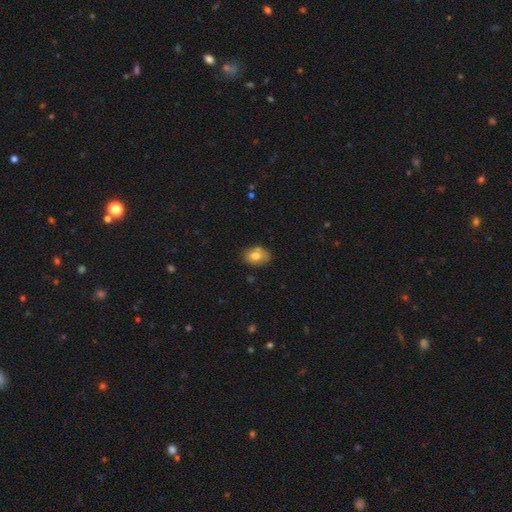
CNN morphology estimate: Smooth or featured? Predicted: smooth (p=0.75). How rounded? Predicted: in between (p=0.81). Merging? Predicted: none (p=0.70).